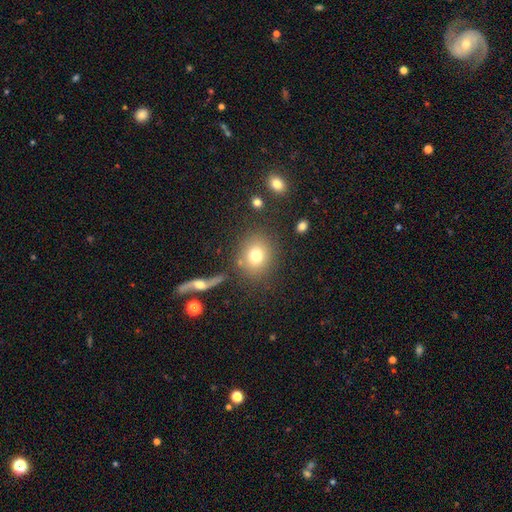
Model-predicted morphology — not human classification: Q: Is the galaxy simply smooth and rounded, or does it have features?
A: smooth — 75%.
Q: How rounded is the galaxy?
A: round — 74%.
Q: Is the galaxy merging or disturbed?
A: none — 78%.